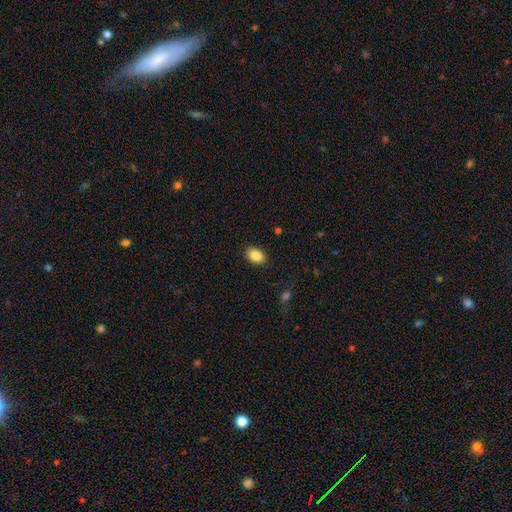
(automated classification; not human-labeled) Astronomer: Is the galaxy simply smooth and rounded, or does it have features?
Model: smooth — 87%.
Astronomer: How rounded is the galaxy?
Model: in between — 85%.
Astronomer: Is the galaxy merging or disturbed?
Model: none — 88%.